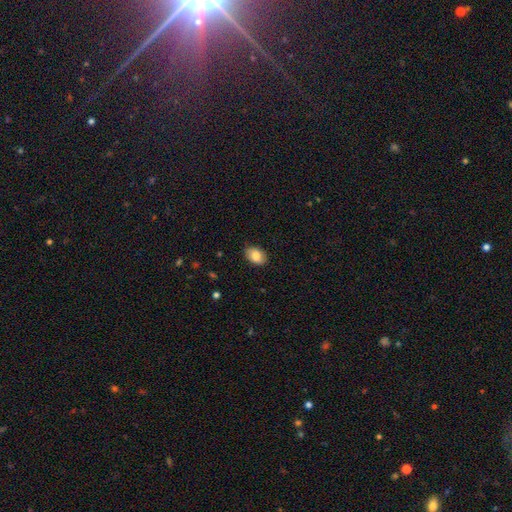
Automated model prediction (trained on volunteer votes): smooth_or_featured: smooth (p=0.84) [alt: featured or disk p=0.09]
how_rounded: in between (p=0.87) [alt: round p=0.12]
merging: none (p=0.86) [alt: minor disturbance p=0.11]